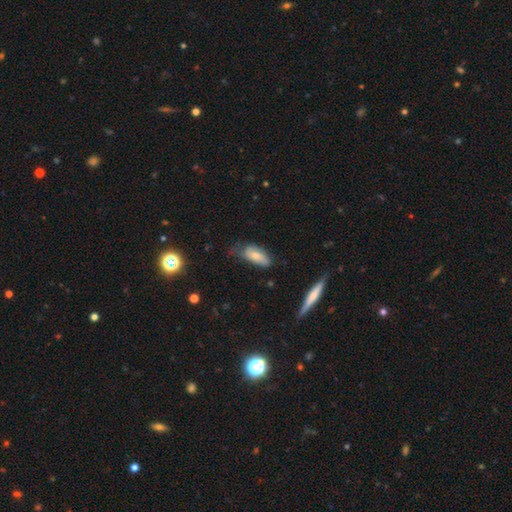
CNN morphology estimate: The model was most divided on "merging": none: 42%, minor disturbance: 41%, major disturbance: 14%, merger: 3%. More confident: how rounded — in between (82%); smooth or featured — smooth (66%).